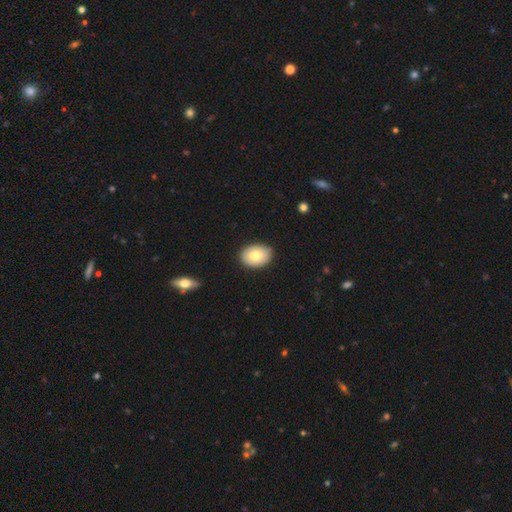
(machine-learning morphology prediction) This appears to be a smooth galaxy with no disk features (80%) that is in between round and cigar-shaped (78%). Merging: none (88%).